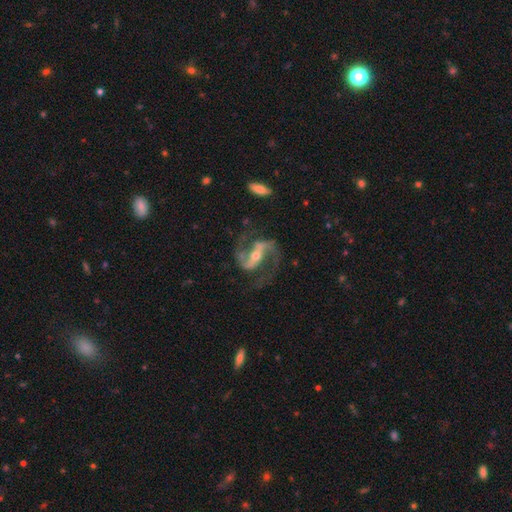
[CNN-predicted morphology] A featured or disk galaxy (92%) with a strong bar (61%), 2 (94%) medium (59%) spiral arms (98%) and a moderate central bulge (52%). Merging: none (74%).